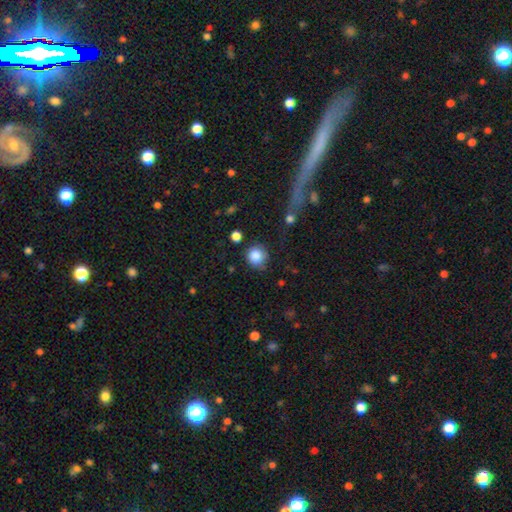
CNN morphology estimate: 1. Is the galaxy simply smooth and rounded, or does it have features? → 87% smooth, 9% star or artifact, 4% featured or disk.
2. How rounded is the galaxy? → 90% round, 9% in between, 1% cigar-shaped.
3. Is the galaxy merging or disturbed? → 75% none, 15% minor disturbance, 5% major disturbance, 4% merger.